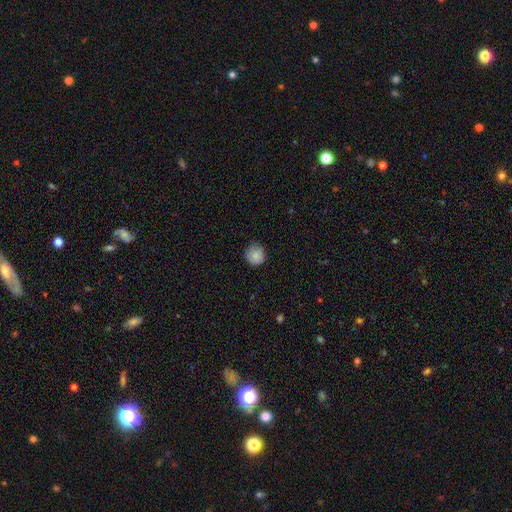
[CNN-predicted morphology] A smooth galaxy with no disk features (85%) that is round (92%).

Vote fractions:
- Smooth or featured? smooth: 85% / star or artifact: 9% / featured or disk: 6%
- How rounded? round: 92% / in between: 7% / cigar-shaped: 1%
- Merging? none: 77% / minor disturbance: 19% / major disturbance: 3% / merger: 1%